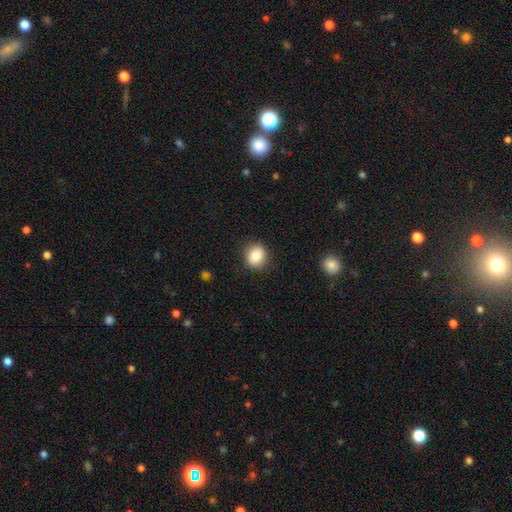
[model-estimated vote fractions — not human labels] The model was most divided on "how rounded": round: 74%, in between: 25%, cigar-shaped: 1%. More confident: merging — none (87%); smooth or featured — smooth (85%).